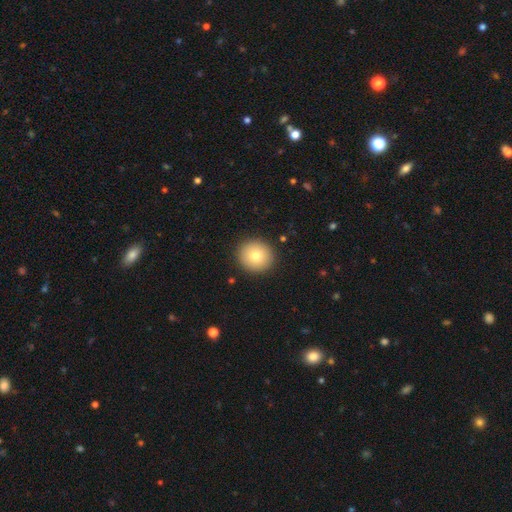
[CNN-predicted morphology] Smooth or featured: smooth — 79% (featured or disk — 12%)
How rounded: round — 93% (in between — 6%)
Merging: none — 92% (minor disturbance — 6%)